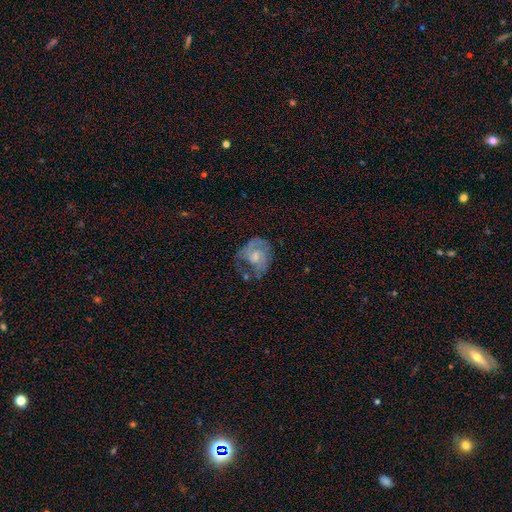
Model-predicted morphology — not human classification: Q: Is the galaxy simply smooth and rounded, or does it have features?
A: featured or disk — 65%.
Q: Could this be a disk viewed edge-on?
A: no — 98%.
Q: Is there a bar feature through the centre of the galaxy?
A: no — 60%.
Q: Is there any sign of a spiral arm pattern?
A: yes — 75%.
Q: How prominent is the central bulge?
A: small — 43%.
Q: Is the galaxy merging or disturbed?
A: none — 40%.